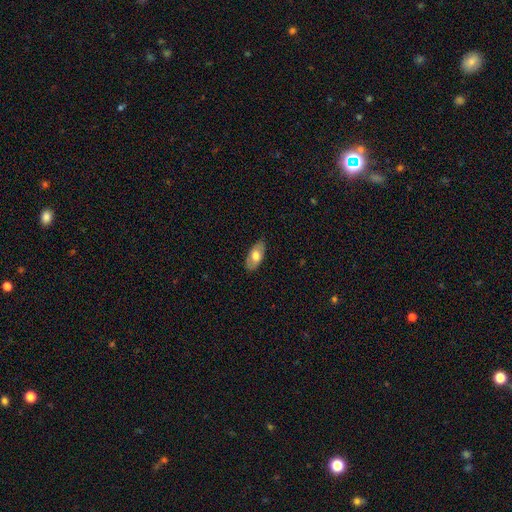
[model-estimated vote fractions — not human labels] Smooth or featured? Predicted: smooth (p=0.66). How rounded? Predicted: in between (p=0.92). Merging? Predicted: none (p=0.83).